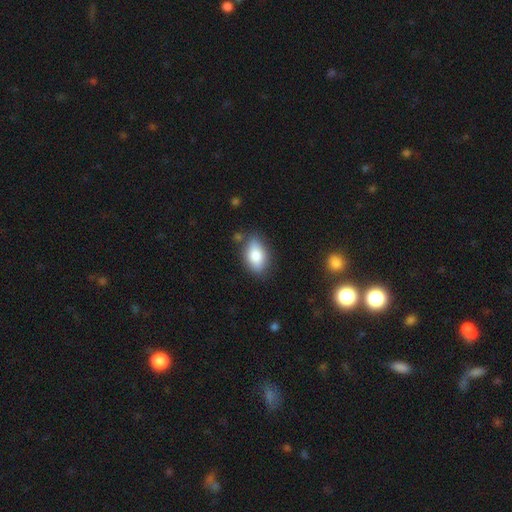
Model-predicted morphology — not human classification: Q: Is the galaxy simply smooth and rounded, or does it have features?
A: smooth — 80%.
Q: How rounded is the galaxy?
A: in between — 90%.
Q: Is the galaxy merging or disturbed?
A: none — 77%.